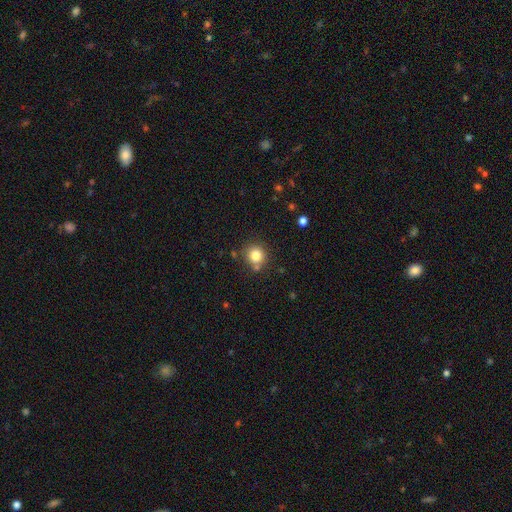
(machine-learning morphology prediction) smooth-or-featured: smooth: 81% | star or artifact: 12% | featured or disk: 7%
  how-rounded: round: 91% | in between: 9% | cigar-shaped: 1%
  merging: none: 78% | minor disturbance: 10% | merger: 9% | major disturbance: 3%